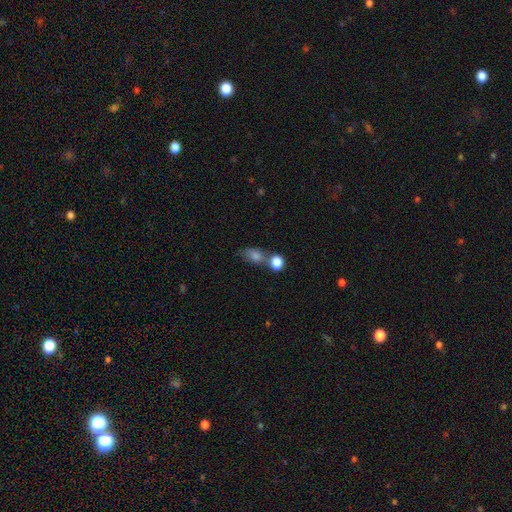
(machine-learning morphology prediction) Smooth or featured? smooth (66%)
How rounded? in between (62%)
Merging? none (50%)